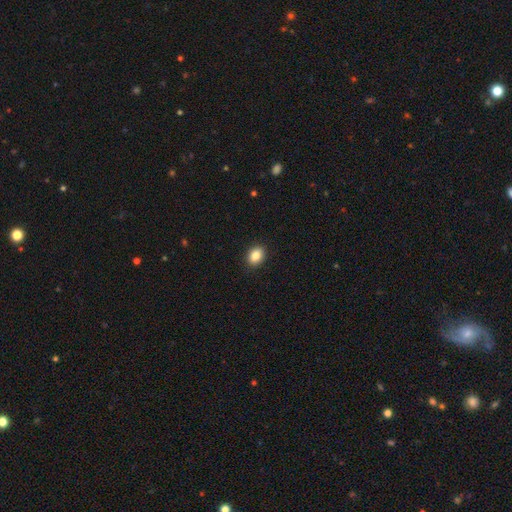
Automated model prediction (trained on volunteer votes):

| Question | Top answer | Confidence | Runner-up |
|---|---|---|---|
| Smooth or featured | smooth | 86% | star or artifact (9%) |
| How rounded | in between | 66% | round (33%) |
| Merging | none | 91% | minor disturbance (7%) |